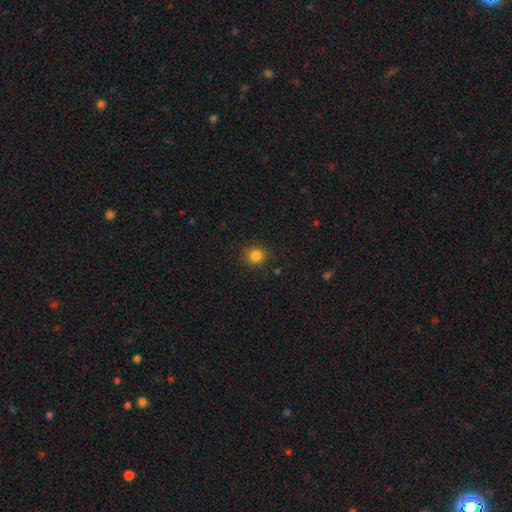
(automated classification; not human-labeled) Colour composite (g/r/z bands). It shows a smooth galaxy with no disk features (84%) that is round (88%). Merging: none (87%).